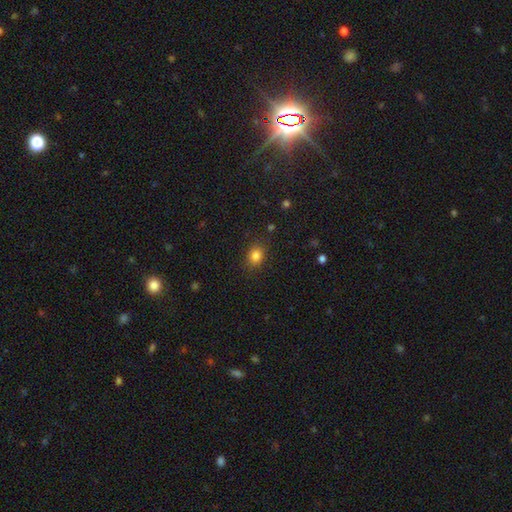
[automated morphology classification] A smooth galaxy with no disk features (83%) that is round (53%). Merging: none (86%).